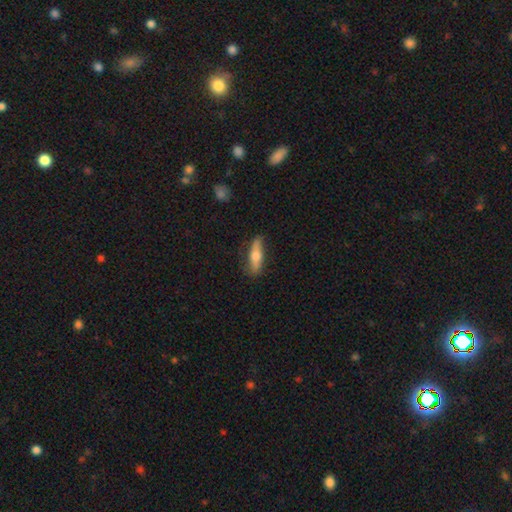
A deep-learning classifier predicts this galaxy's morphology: Q: Smooth or featured?
A: smooth (54%); runner-up: featured or disk (40%)
Q: How rounded?
A: cigar-shaped (64%); runner-up: in between (34%)
Q: Merging?
A: none (78%); runner-up: minor disturbance (17%)